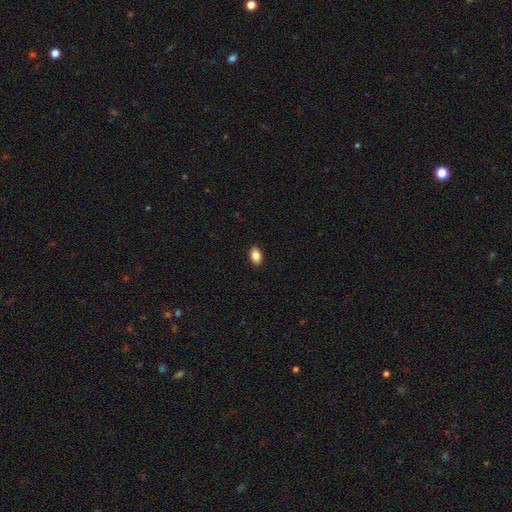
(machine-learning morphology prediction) Smooth or featured: smooth — 85% (star or artifact — 8%)
How rounded: in between — 89% (round — 9%)
Merging: none — 90% (minor disturbance — 7%)